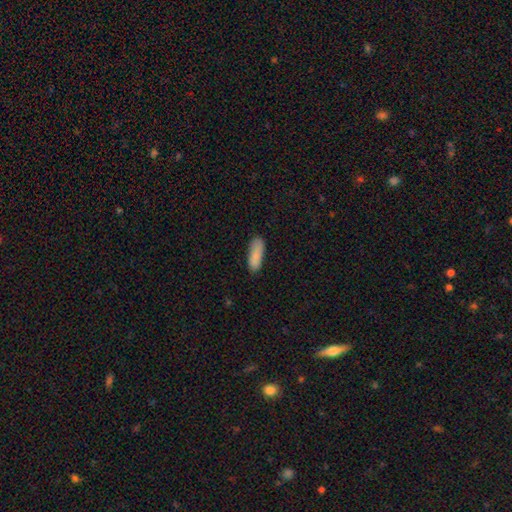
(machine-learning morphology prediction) Q: Smooth or featured?
A: smooth (85%); runner-up: featured or disk (8%)
Q: How rounded?
A: in between (61%); runner-up: cigar-shaped (37%)
Q: Merging?
A: none (75%); runner-up: minor disturbance (19%)